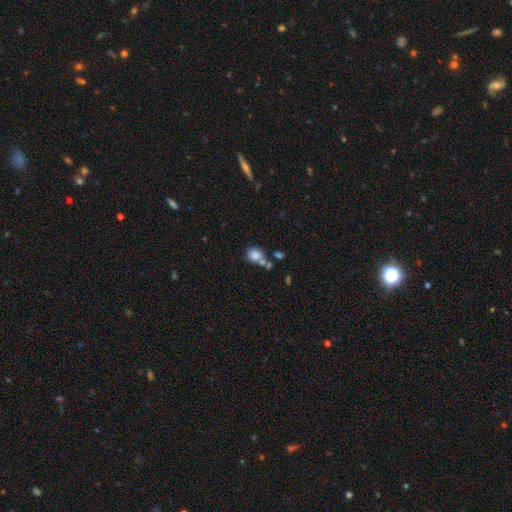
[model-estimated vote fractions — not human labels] A smooth galaxy with no disk features (80%) that is round (58%). Merging: none (44%).